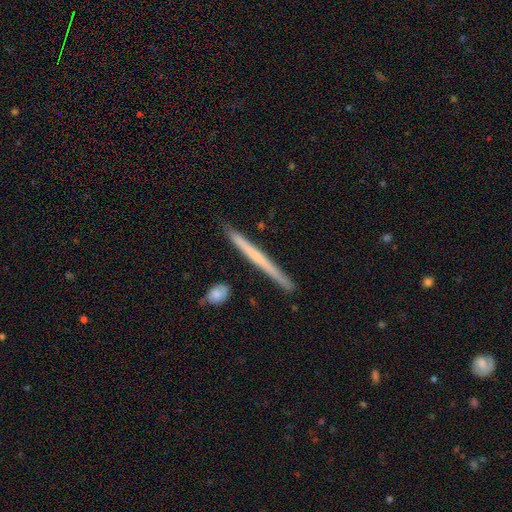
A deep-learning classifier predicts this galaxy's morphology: smooth-or-featured: featured or disk: 52% | smooth: 42% | star or artifact: 6%
  disk-edge-on: yes: 97% | no: 3%
    edge-on-bulge: none: 83% | rounded: 13% | boxy: 4%
  merging: none: 88% | minor disturbance: 8% | merger: 3% | major disturbance: 2%